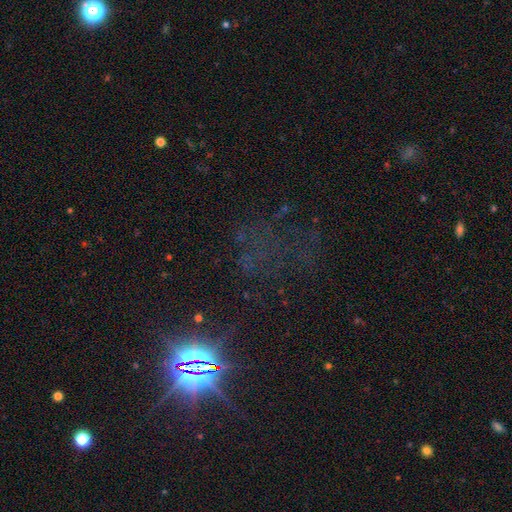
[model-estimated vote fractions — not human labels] Smooth or featured?
  - star or artifact: 70% *
  - featured or disk: 15%
  - smooth: 15%